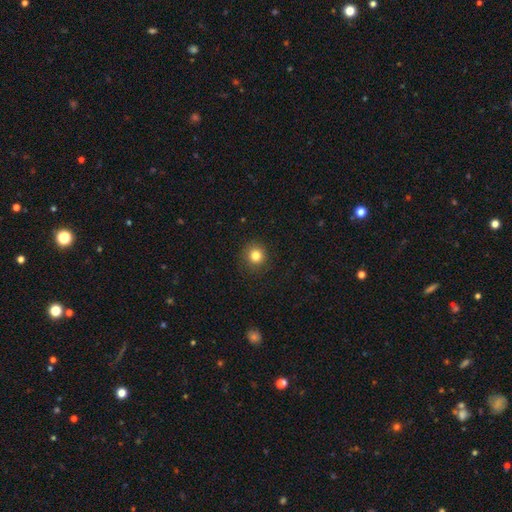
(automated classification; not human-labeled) Smooth or featured? smooth (82%)
How rounded? round (93%)
Merging? none (91%)